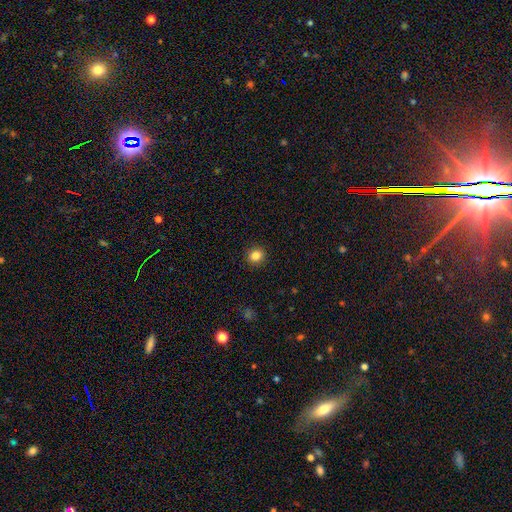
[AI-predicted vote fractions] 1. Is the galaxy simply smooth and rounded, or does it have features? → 84% smooth, 11% star or artifact, 5% featured or disk.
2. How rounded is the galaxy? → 78% round, 21% in between, 1% cigar-shaped.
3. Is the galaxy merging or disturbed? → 91% none, 6% minor disturbance, 2% major disturbance, 1% merger.